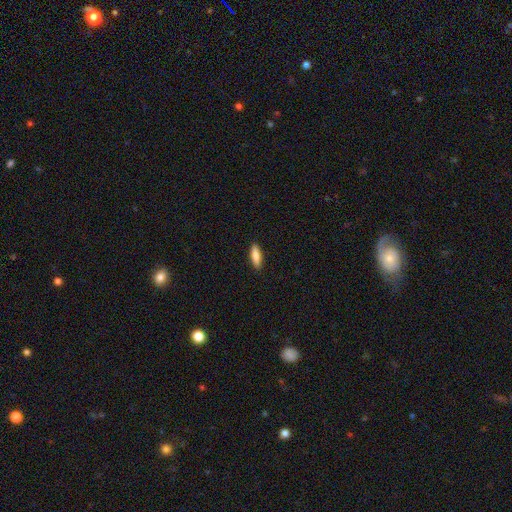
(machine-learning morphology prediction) smooth-or-featured: smooth: 85% | featured or disk: 9% | star or artifact: 6%
  how-rounded: cigar-shaped: 52% | in between: 47% | round: 2%
  merging: none: 90% | minor disturbance: 7% | major disturbance: 2% | merger: 1%